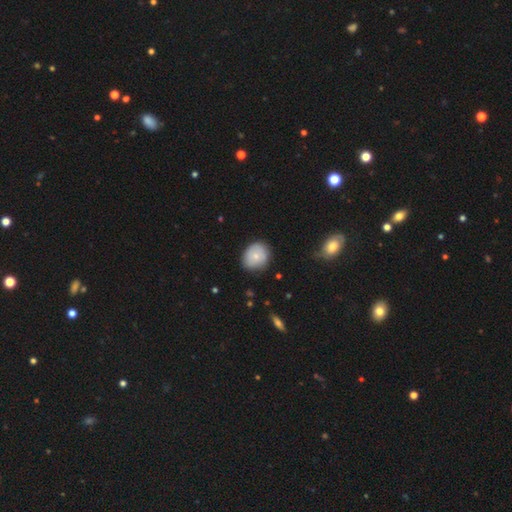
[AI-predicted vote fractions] The model was most divided on "how rounded": round: 61%, in between: 38%, cigar-shaped: 1%. More confident: merging — none (74%); smooth or featured — smooth (72%).